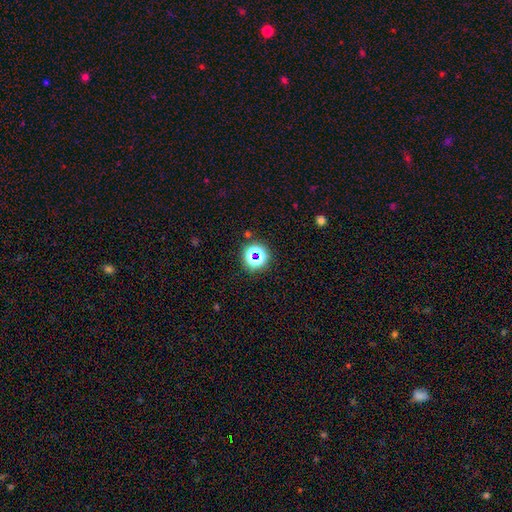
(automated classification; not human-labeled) Morphology: type=star or artifact (62%).